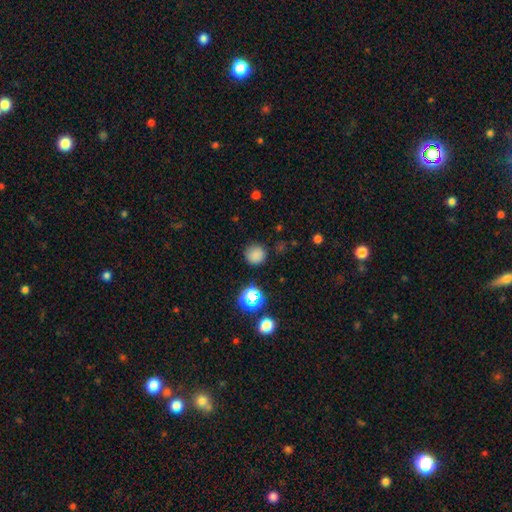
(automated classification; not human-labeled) Q: Smooth or featured?
A: smooth (78%); runner-up: star or artifact (17%)
Q: How rounded?
A: round (92%); runner-up: in between (7%)
Q: Merging?
A: none (84%); runner-up: minor disturbance (10%)